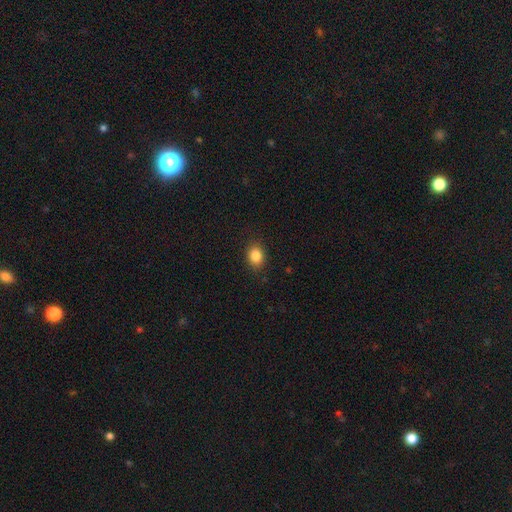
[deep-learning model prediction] smooth-or-featured: smooth: 86% | star or artifact: 10% | featured or disk: 5%
  how-rounded: in between: 52% | round: 47% | cigar-shaped: 1%
  merging: none: 87% | minor disturbance: 9% | major disturbance: 3% | merger: 1%